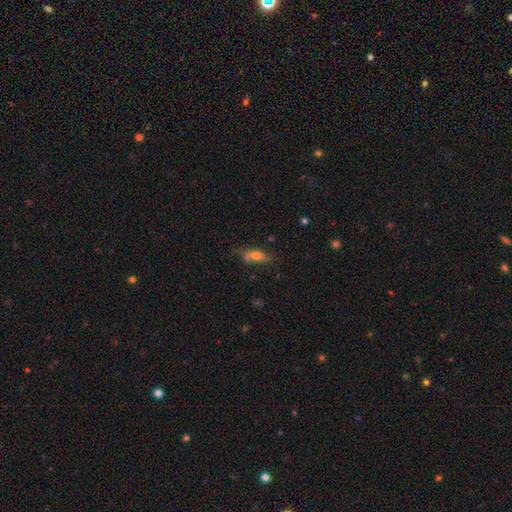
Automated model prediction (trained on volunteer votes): smooth_or_featured: smooth (p=0.66) [alt: featured or disk p=0.23]
how_rounded: in between (p=0.69) [alt: cigar-shaped p=0.25]
merging: none (p=0.57) [alt: minor disturbance p=0.22]